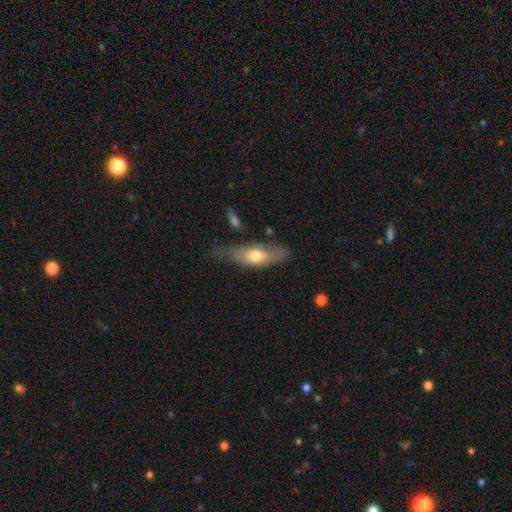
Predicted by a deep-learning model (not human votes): A smooth galaxy with no disk features (57%) that is in between round and cigar-shaped (56%). Merging: none (58%).